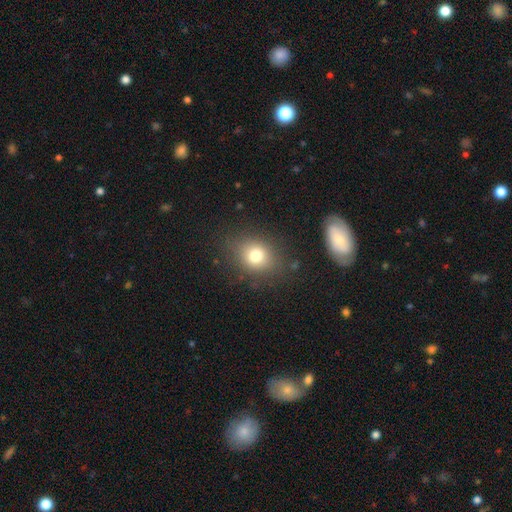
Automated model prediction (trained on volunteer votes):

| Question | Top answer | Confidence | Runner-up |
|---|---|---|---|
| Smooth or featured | smooth | 75% | star or artifact (14%) |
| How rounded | round | 55% | in between (43%) |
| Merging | none | 81% | minor disturbance (12%) |